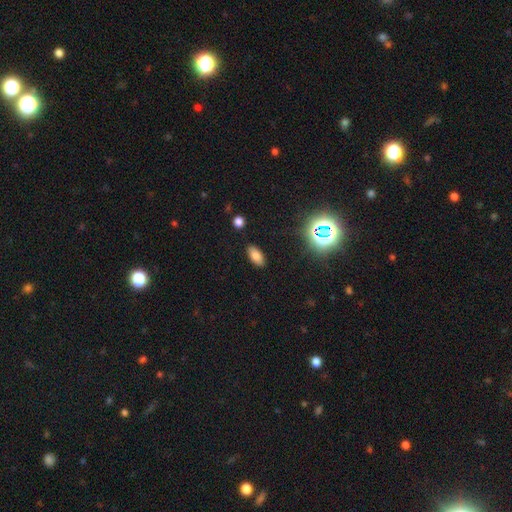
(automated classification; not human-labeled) smooth-or-featured: smooth: 75% | star or artifact: 15% | featured or disk: 10%
  how-rounded: in between: 89% | cigar-shaped: 7% | round: 4%
  merging: none: 88% | minor disturbance: 8% | major disturbance: 2% | merger: 1%